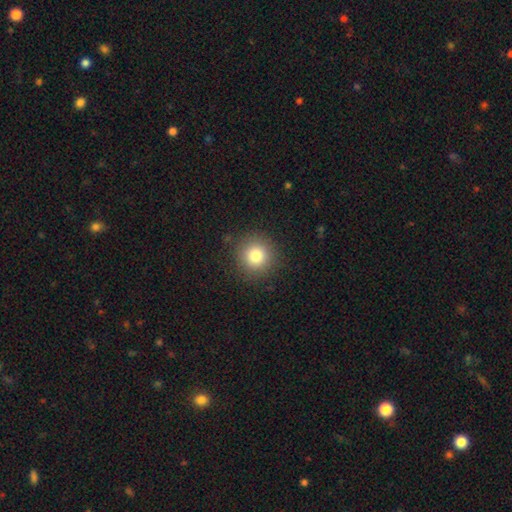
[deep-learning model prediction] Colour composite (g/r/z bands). It shows a smooth galaxy with no disk features (80%) that is round (94%). Merging: none (89%).